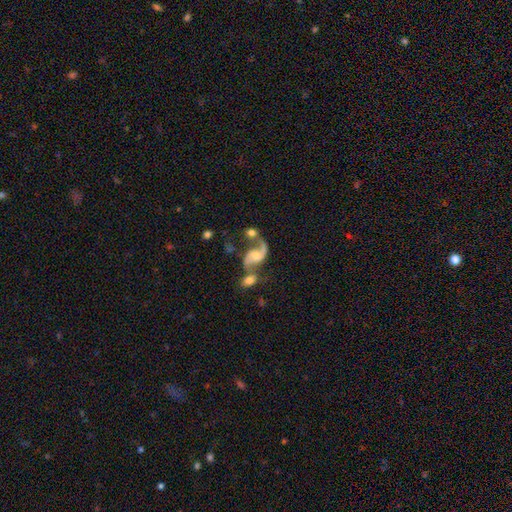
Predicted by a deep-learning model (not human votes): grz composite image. It shows a featured or disk galaxy (83%) with no bar (47%), 2 (87%) loose (69%) spiral arms (94%) and a moderate central bulge (38%). Merging: merger (40%).